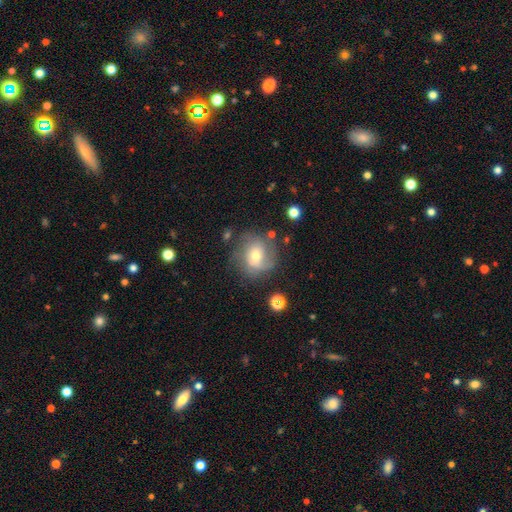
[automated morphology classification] A featured or disk galaxy (50%). Merging: none (62%).